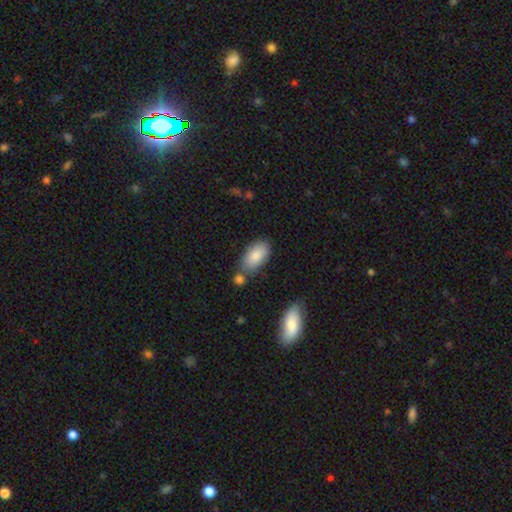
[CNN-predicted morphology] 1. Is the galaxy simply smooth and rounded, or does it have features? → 85% smooth, 9% featured or disk, 6% star or artifact.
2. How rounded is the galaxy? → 94% in between, 4% round, 3% cigar-shaped.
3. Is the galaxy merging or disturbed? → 65% none, 17% minor disturbance, 14% merger, 4% major disturbance.